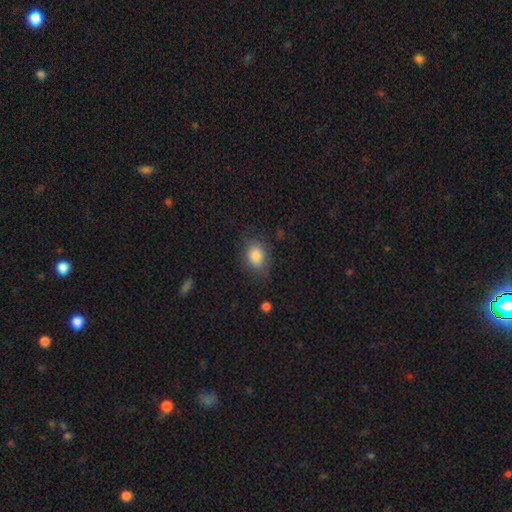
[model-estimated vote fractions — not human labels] Morphology: type=smooth (84%); roundness=in between (73%); merging=none (73%).